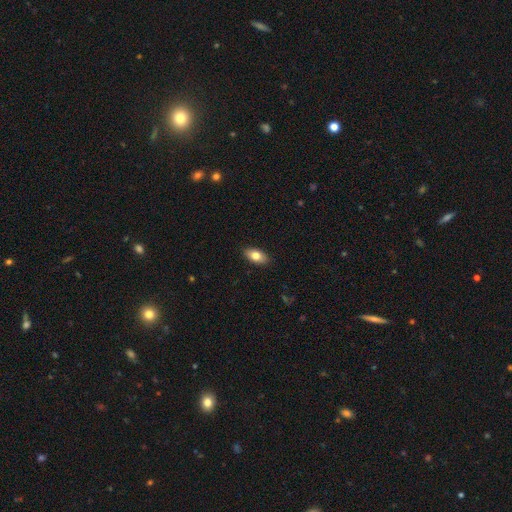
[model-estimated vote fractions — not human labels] Q: Smooth or featured?
A: smooth (80%); runner-up: featured or disk (13%)
Q: How rounded?
A: in between (92%); runner-up: round (4%)
Q: Merging?
A: none (90%); runner-up: minor disturbance (8%)